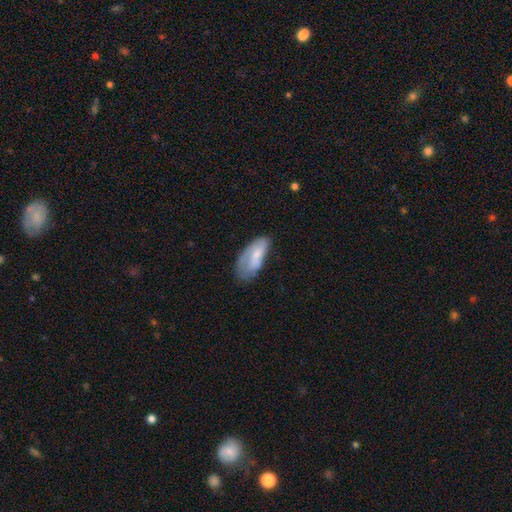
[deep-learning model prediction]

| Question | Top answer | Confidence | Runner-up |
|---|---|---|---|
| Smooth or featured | smooth | 56% | featured or disk (38%) |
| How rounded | in between | 85% | cigar-shaped (13%) |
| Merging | none | 42% | minor disturbance (32%) |